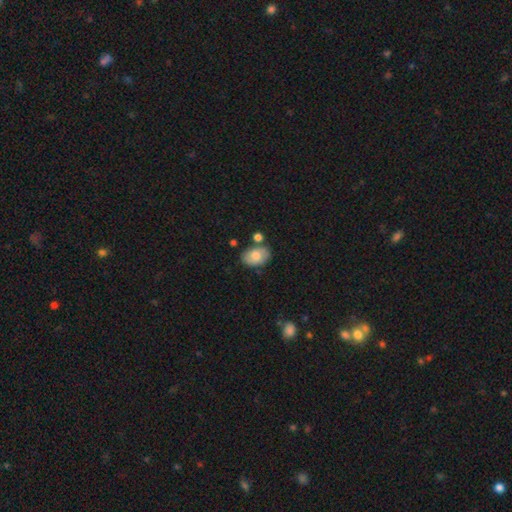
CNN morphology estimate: A smooth galaxy with no disk features (73%) that is in between round and cigar-shaped (84%).

Vote fractions:
- Smooth or featured? smooth: 73% / featured or disk: 20% / star or artifact: 8%
- How rounded? in between: 84% / round: 15% / cigar-shaped: 1%
- Merging? none: 69% / minor disturbance: 17% / merger: 10% / major disturbance: 4%